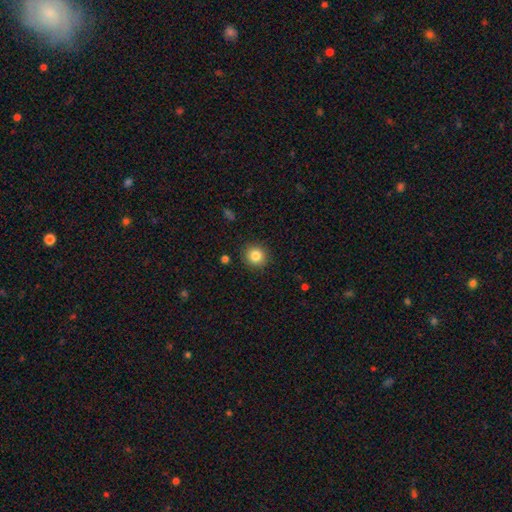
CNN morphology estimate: A smooth galaxy with no disk features (84%) that is round (90%).

Vote fractions:
- Smooth or featured? smooth: 84% / star or artifact: 10% / featured or disk: 6%
- How rounded? round: 90% / in between: 9% / cigar-shaped: 1%
- Merging? none: 90% / minor disturbance: 6% / major disturbance: 2% / merger: 1%